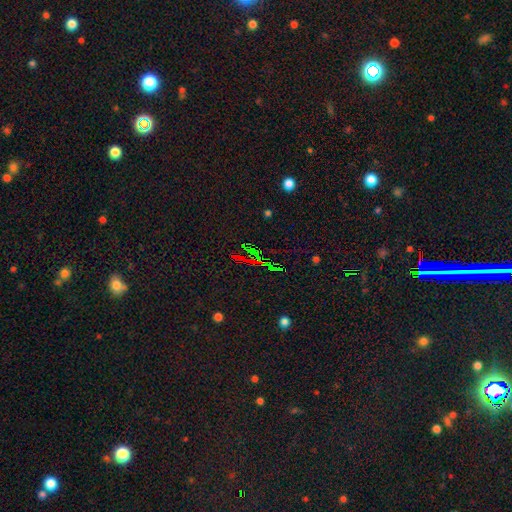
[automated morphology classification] type=star or artifact (74%).